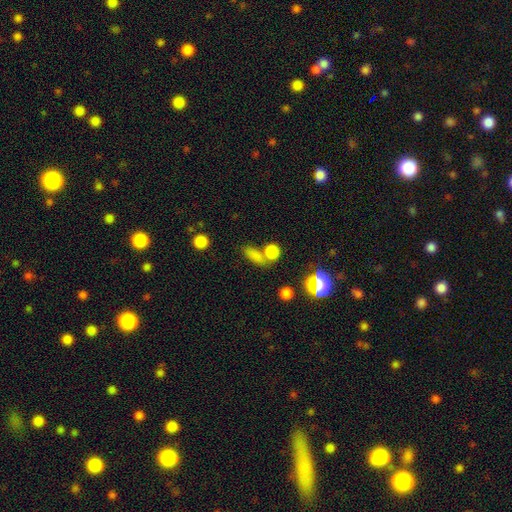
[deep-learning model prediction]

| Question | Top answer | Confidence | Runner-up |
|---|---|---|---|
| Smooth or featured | smooth | 76% | star or artifact (16%) |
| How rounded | in between | 54% | round (26%) |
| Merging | none | 55% | merger (28%) |